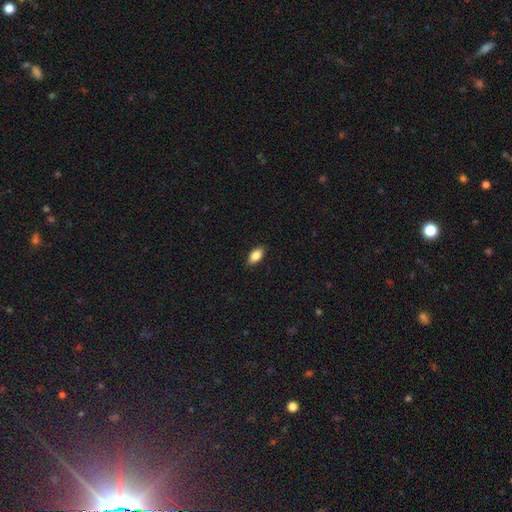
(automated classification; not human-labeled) Overall: smooth (82%). How rounded: in between (90%). Merging: none (87%).